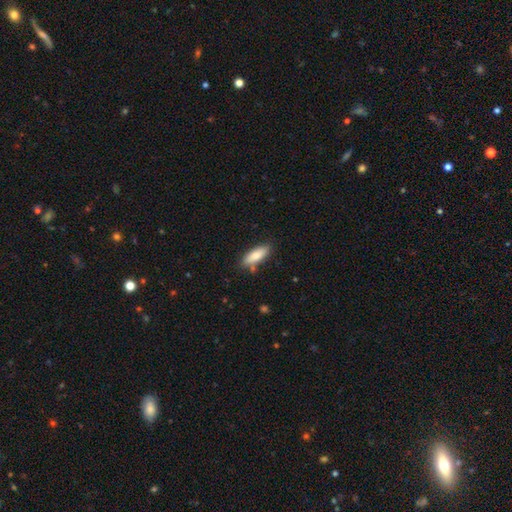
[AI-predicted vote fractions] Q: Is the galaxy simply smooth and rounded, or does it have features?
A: smooth — 80%.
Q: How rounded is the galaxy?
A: in between — 64%.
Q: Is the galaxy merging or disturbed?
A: none — 78%.